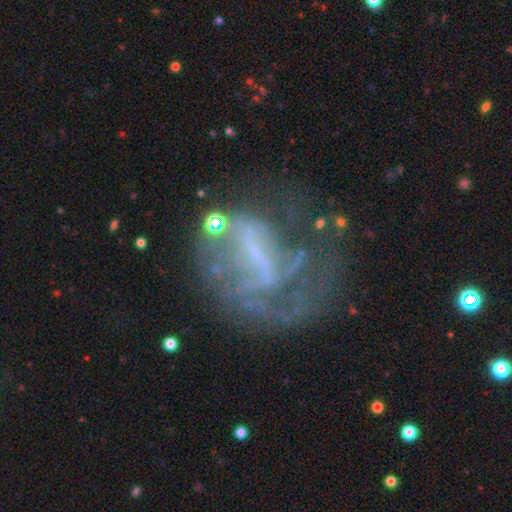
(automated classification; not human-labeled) This appears to be a featured or disk galaxy (71%) with no bar (37%), spiral arms (54%) and no central bulge (58%). Merging: major disturbance (40%).